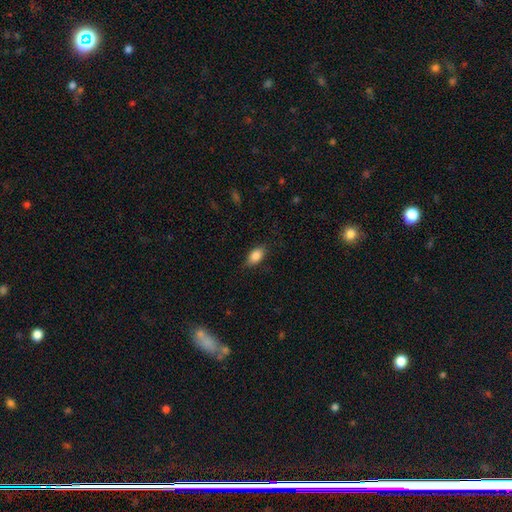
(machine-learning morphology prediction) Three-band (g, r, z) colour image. It shows a smooth galaxy with no disk features (84%) that is in between round and cigar-shaped (89%). Merging: none (82%).